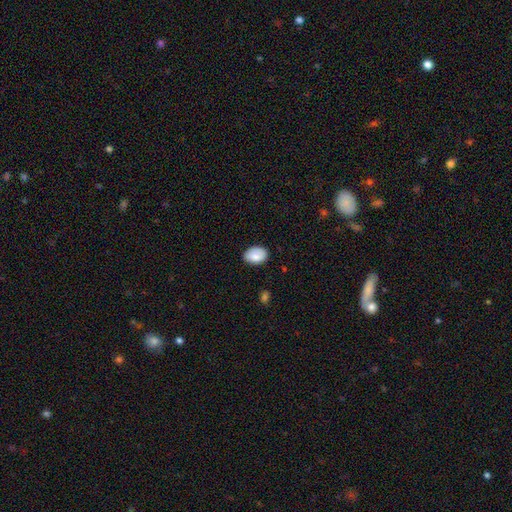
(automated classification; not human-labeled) smooth-or-featured: smooth: 84% | featured or disk: 9% | star or artifact: 7%
  how-rounded: in between: 84% | round: 15% | cigar-shaped: 1%
  merging: none: 77% | minor disturbance: 18% | major disturbance: 3% | merger: 1%